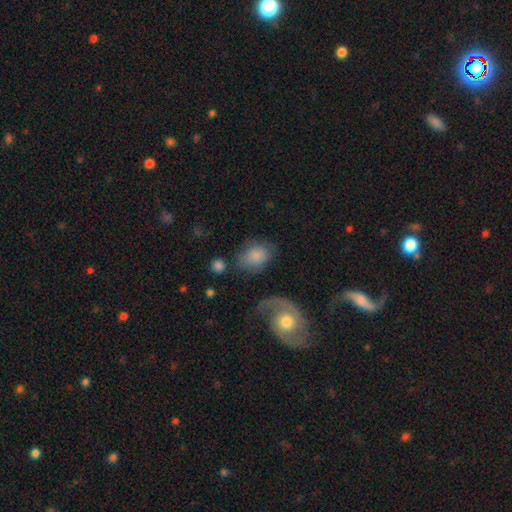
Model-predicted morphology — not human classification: smooth-or-featured: smooth: 78% | featured or disk: 14% | star or artifact: 8%
  how-rounded: in between: 68% | round: 30% | cigar-shaped: 1%
  merging: none: 57% | minor disturbance: 20% | major disturbance: 13% | merger: 9%